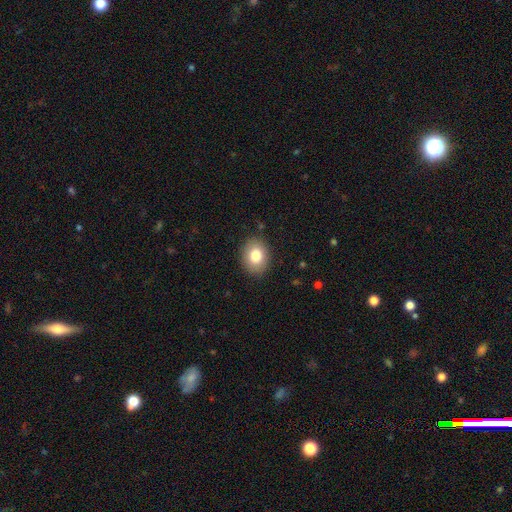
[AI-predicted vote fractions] A smooth galaxy with no disk features (80%) that is in between round and cigar-shaped (55%). Merging: none (88%).